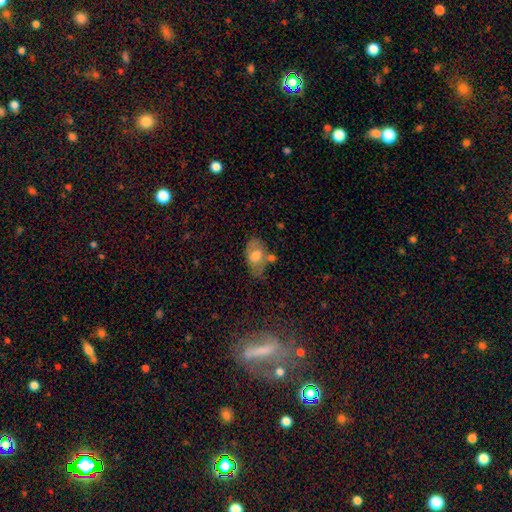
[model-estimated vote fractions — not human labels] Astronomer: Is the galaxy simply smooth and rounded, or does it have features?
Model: smooth — 61%.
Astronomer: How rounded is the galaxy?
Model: in between — 89%.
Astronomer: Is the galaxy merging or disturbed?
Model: none — 42% (runner-up: minor disturbance, 28%).